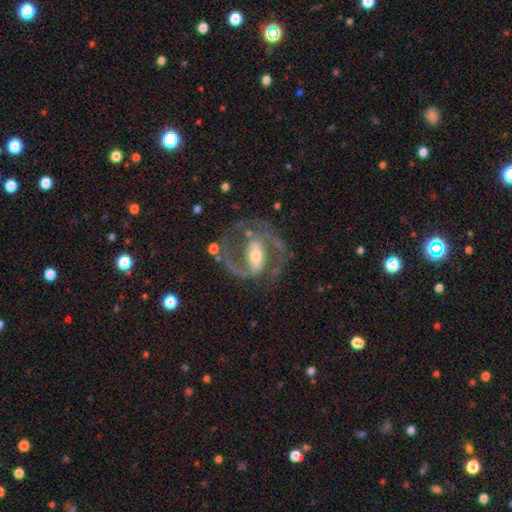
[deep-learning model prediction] smooth-or-featured: featured or disk: 89% | smooth: 6% | star or artifact: 5%
  disk-edge-on: no: 97% | yes: 3%
    bar: strong: 46% | weak: 36% | no: 19%
    has-spiral-arms: yes: 94% | no: 6%
      spiral-winding: medium: 57% | tight: 24% | loose: 18%
      spiral-arm-count: 2: 86% | 1: 6% | can't tell: 3% | 3: 2% | 4: 1% | more than 4: 1%
    bulge-size: moderate: 58% | small: 33% | large: 7% | none: 1% | dominant: 1%
  merging: none: 65% | minor disturbance: 17% | major disturbance: 15% | merger: 3%